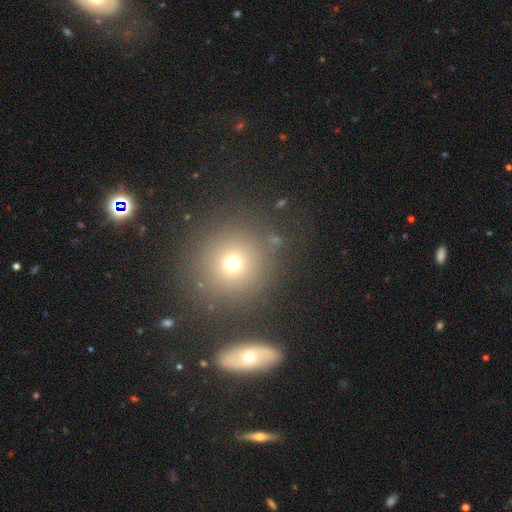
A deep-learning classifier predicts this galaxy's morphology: This is possibly a smooth galaxy (54%). How rounded: clearly round (88%). Merging: likely none (79%).